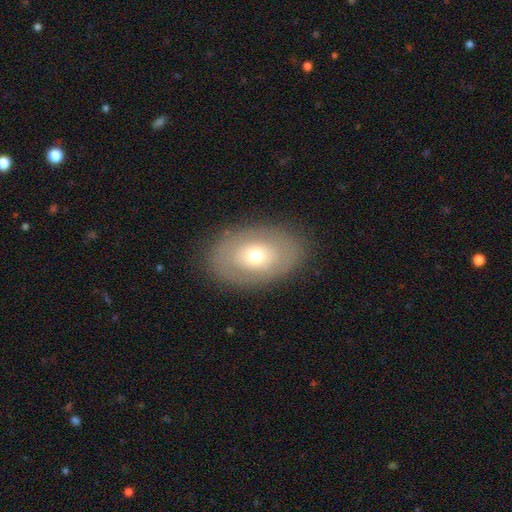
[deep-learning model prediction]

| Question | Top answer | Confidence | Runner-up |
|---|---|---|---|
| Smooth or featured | smooth | 53% | featured or disk (39%) |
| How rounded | in between | 83% | round (16%) |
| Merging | none | 84% | minor disturbance (10%) |